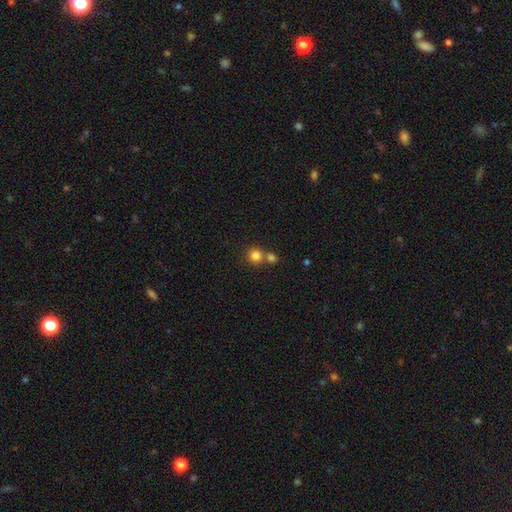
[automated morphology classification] type=smooth (82%); roundness=round (91%); merging=none (57%).